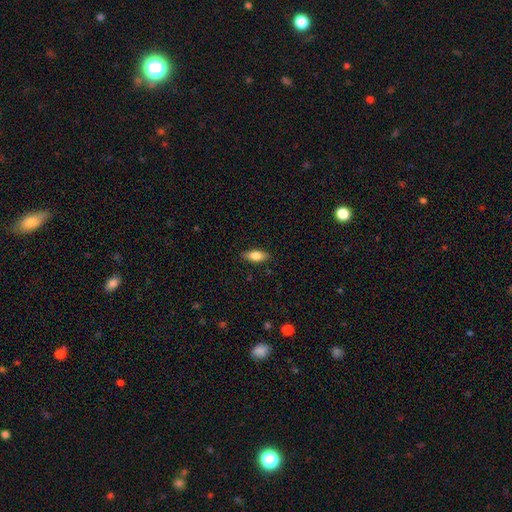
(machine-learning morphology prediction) A smooth galaxy with no disk features (78%) that is in between round and cigar-shaped (80%).

Vote fractions:
- Smooth or featured? smooth: 78% / featured or disk: 15% / star or artifact: 7%
- How rounded? in between: 80% / cigar-shaped: 17% / round: 3%
- Merging? none: 86% / minor disturbance: 10% / major disturbance: 2% / merger: 1%